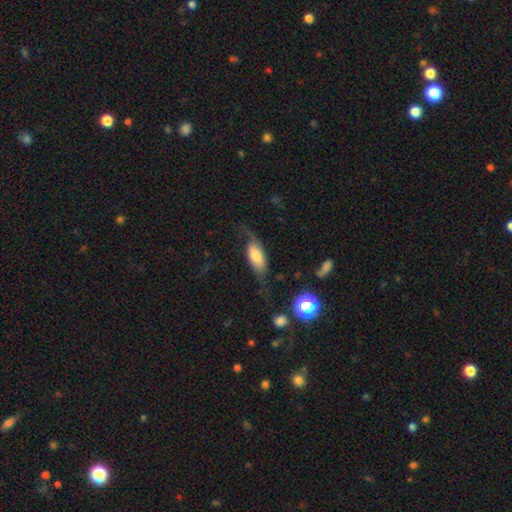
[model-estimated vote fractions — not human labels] A smooth galaxy with no disk features (53%) that is in between round and cigar-shaped (80%). Merging: none (42%).